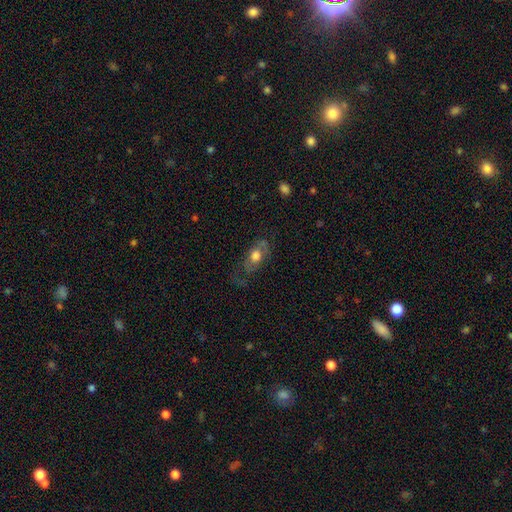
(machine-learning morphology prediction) smooth_or_featured: smooth (p=0.49) [alt: featured or disk p=0.44]
merging: none (p=0.50) [alt: major disturbance p=0.25]